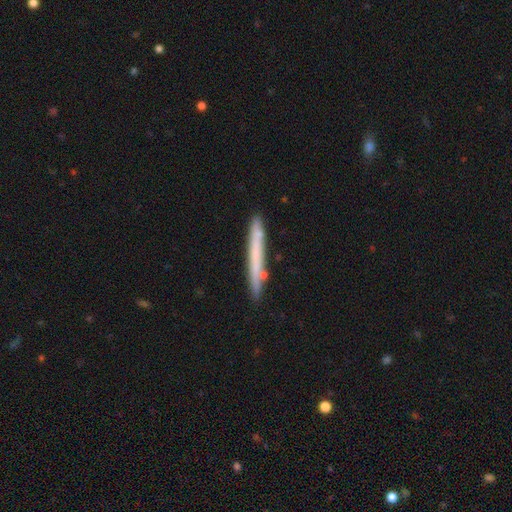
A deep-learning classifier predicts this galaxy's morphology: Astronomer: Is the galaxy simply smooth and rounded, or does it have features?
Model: smooth — 55% (runner-up: featured or disk, 39%).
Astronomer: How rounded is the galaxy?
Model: cigar-shaped — 97%.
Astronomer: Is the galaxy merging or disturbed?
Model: none — 84%.